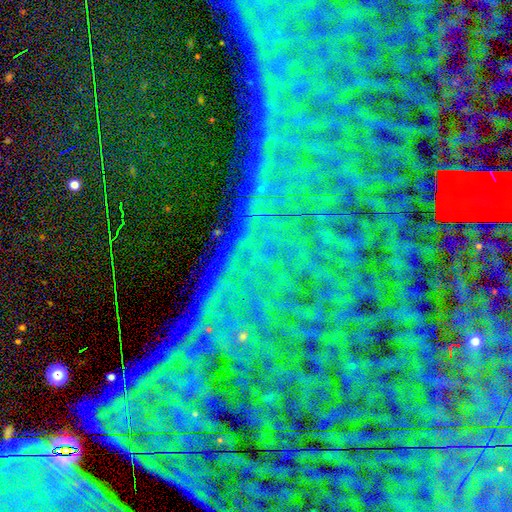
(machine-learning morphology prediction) type=star or artifact (81%).